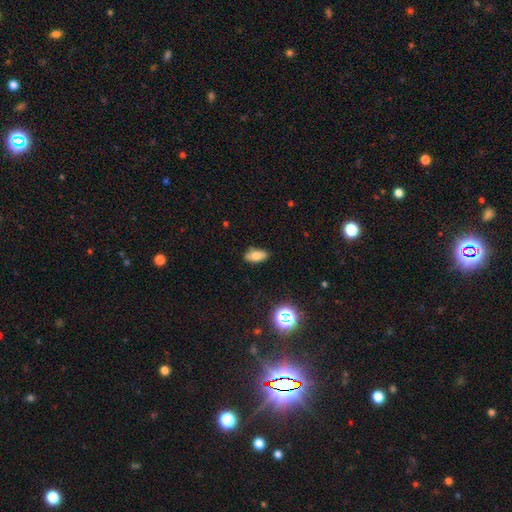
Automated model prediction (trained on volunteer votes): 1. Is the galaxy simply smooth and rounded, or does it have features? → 74% smooth, 16% featured or disk, 11% star or artifact.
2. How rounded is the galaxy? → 89% in between, 6% cigar-shaped, 5% round.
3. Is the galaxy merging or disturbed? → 83% none, 13% minor disturbance, 2% major disturbance, 1% merger.